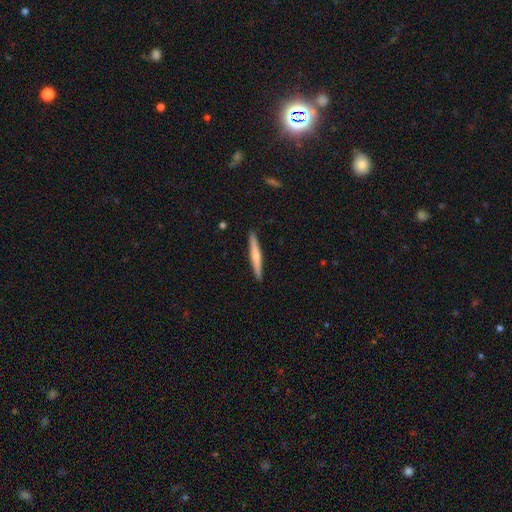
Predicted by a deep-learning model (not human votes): smooth-or-featured: smooth: 52% | featured or disk: 43% | star or artifact: 5%
  how-rounded: cigar-shaped: 96% | in between: 3% | round: 1%
  merging: none: 92% | minor disturbance: 6% | major disturbance: 1% | merger: 1%